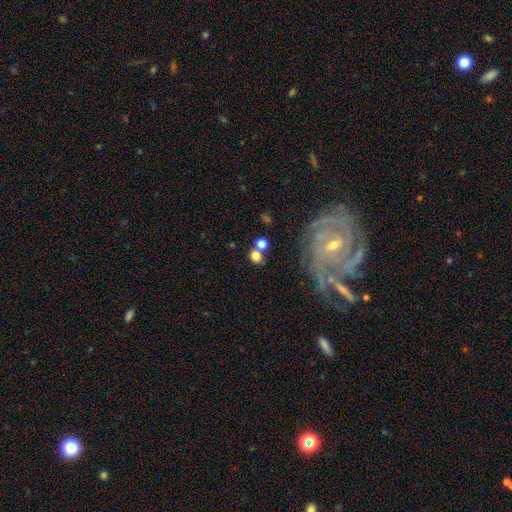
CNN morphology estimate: Smooth or featured? smooth (75%)
How rounded? round (75%)
Merging? none (56%)